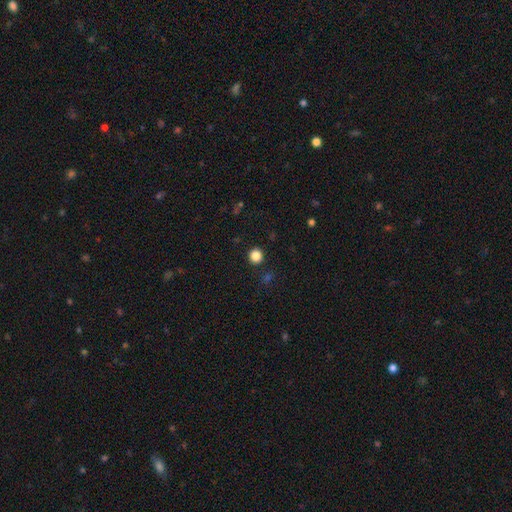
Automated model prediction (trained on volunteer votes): Smooth or featured: smooth — 85% (star or artifact — 12%)
How rounded: round — 93% (in between — 6%)
Merging: none — 92% (minor disturbance — 5%)